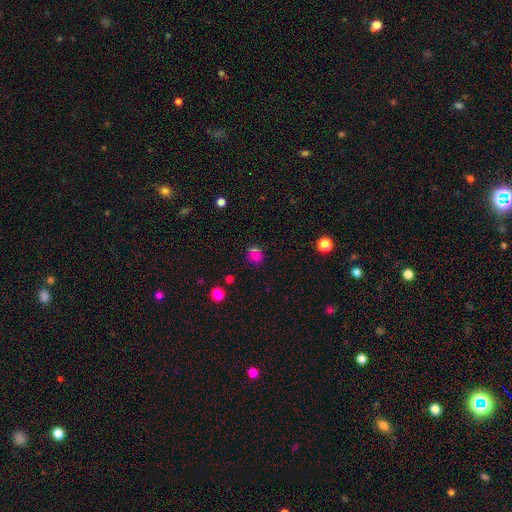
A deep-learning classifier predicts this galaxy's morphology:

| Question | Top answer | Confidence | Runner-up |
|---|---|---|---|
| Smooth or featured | smooth | 67% | star or artifact (25%) |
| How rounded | round | 84% | in between (15%) |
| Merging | none | 77% | minor disturbance (11%) |